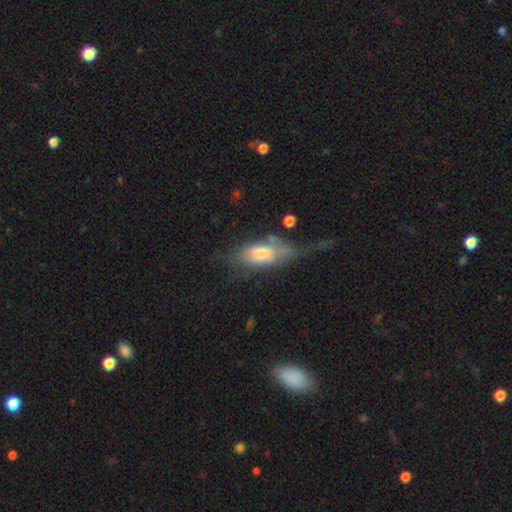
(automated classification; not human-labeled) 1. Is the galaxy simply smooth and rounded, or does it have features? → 55% smooth, 36% featured or disk, 9% star or artifact.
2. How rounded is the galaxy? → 79% in between, 18% cigar-shaped, 4% round.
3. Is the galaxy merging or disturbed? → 35% none, 31% major disturbance, 27% minor disturbance, 7% merger.